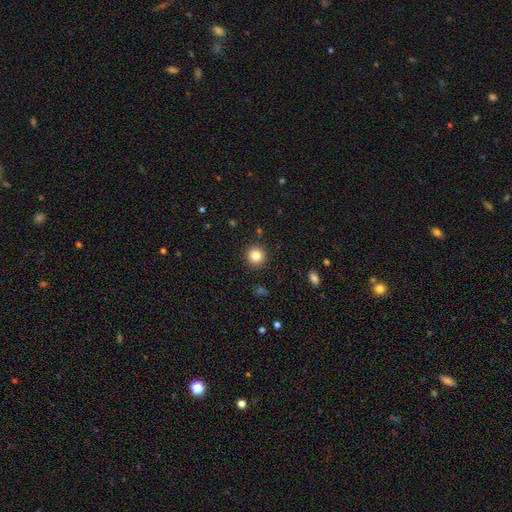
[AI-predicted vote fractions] smooth_or_featured: smooth (p=0.83) [alt: star or artifact p=0.11]
how_rounded: round (p=0.95) [alt: in between p=0.04]
merging: none (p=0.92) [alt: minor disturbance p=0.05]